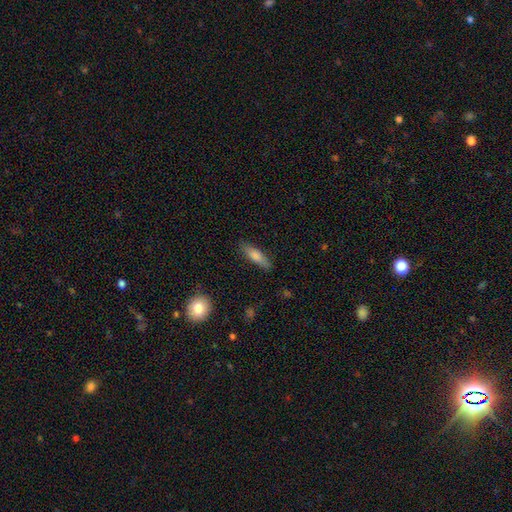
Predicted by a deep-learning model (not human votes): Smooth or featured: smooth — 77% (featured or disk — 16%)
How rounded: cigar-shaped — 59% (in between — 39%)
Merging: none — 85% (minor disturbance — 11%)